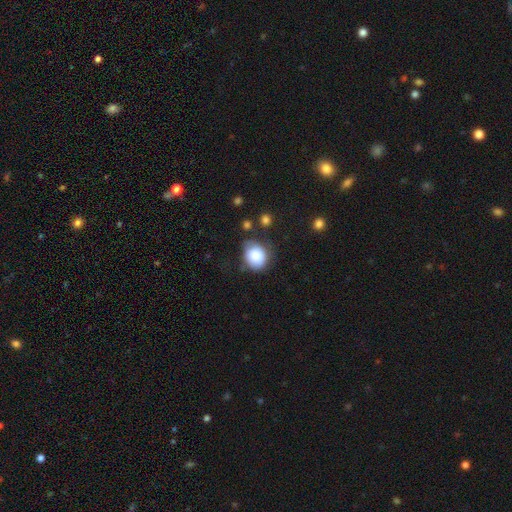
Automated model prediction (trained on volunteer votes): Q: Smooth or featured?
A: smooth (84%); runner-up: star or artifact (8%)
Q: How rounded?
A: round (61%); runner-up: in between (38%)
Q: Merging?
A: none (59%); runner-up: minor disturbance (28%)